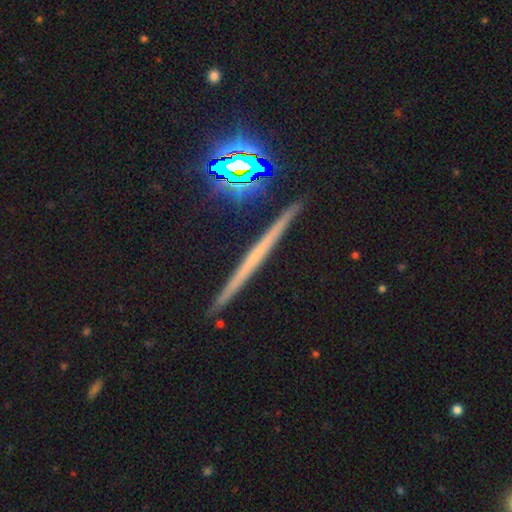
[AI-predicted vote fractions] The model was most divided on "smooth or featured": featured or disk: 55%, smooth: 27%, star or artifact: 18%. More confident: edge-on disk — yes (97%); merging — none (91%); edge-on bulge — none (87%).